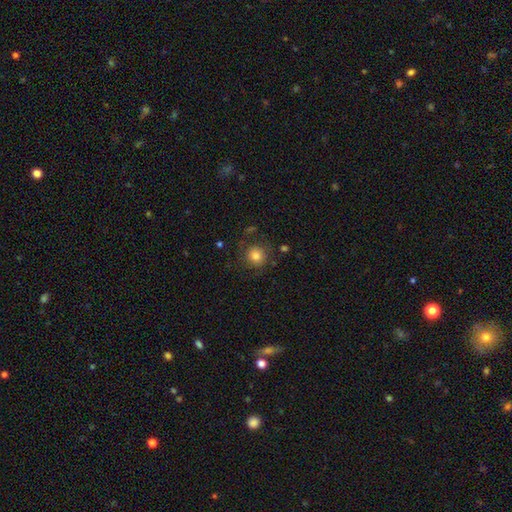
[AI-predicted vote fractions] The model was most divided on "merging": none: 80%, minor disturbance: 12%, major disturbance: 6%, merger: 2%. More confident: how rounded — round (92%); smooth or featured — smooth (80%).